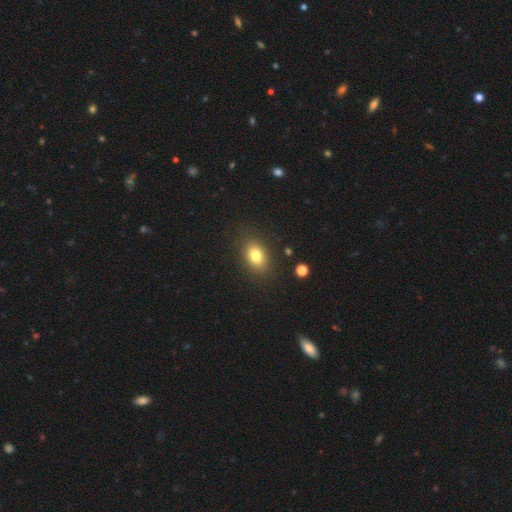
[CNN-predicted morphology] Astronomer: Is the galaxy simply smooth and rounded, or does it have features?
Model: smooth — 78%.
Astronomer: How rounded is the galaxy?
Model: in between — 75%.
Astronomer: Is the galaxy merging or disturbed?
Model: none — 85%.